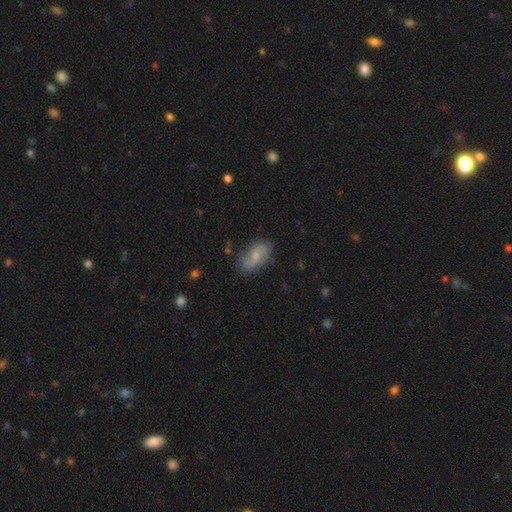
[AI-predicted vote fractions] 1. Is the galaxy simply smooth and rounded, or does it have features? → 49% featured or disk, 43% smooth, 9% star or artifact.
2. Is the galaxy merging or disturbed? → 70% none, 21% minor disturbance, 7% major disturbance, 3% merger.